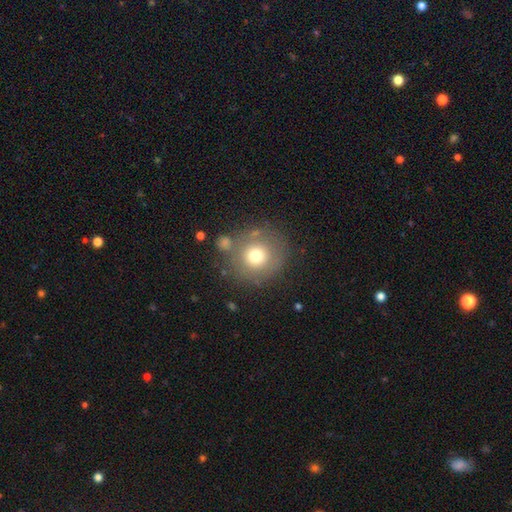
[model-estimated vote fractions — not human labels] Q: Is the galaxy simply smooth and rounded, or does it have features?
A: smooth — 72%.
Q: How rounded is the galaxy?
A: round — 92%.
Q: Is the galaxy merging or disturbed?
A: none — 74%.